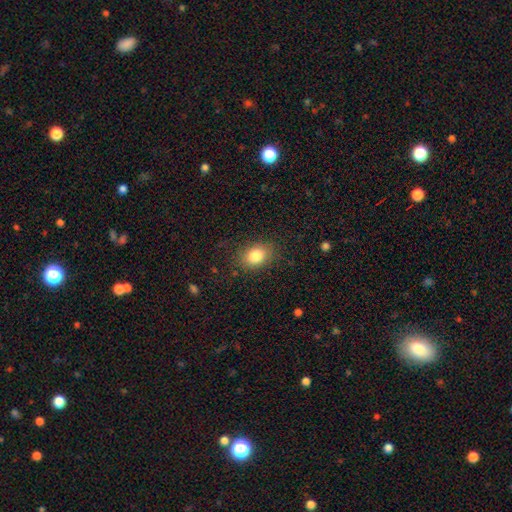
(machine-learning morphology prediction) smooth-or-featured: smooth: 83% | star or artifact: 9% | featured or disk: 8%
  how-rounded: in between: 69% | round: 30% | cigar-shaped: 1%
  merging: none: 82% | minor disturbance: 12% | major disturbance: 5% | merger: 1%